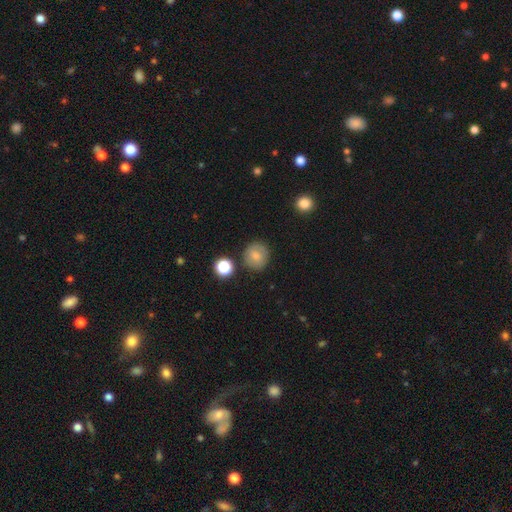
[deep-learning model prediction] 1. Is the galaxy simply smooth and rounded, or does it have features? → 78% smooth, 12% featured or disk, 10% star or artifact.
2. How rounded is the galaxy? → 87% round, 12% in between, 1% cigar-shaped.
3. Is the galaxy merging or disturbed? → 84% none, 10% minor disturbance, 4% merger, 3% major disturbance.